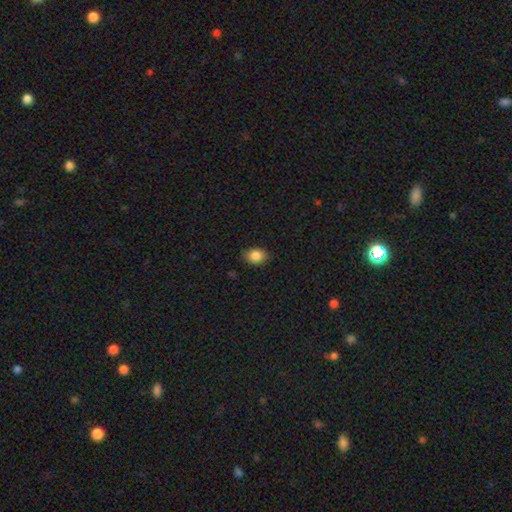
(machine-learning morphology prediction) Overall: smooth (86%). How rounded: in between (62%; round 37%). Merging: none (85%).